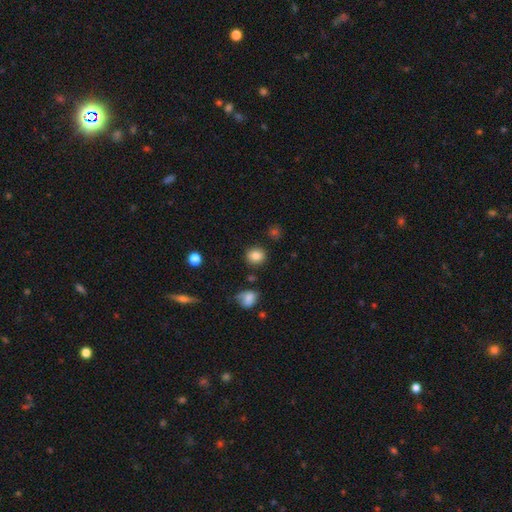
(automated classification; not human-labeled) The model was most divided on "how rounded": round: 82%, in between: 17%, cigar-shaped: 1%. More confident: merging — none (87%); smooth or featured — smooth (84%).